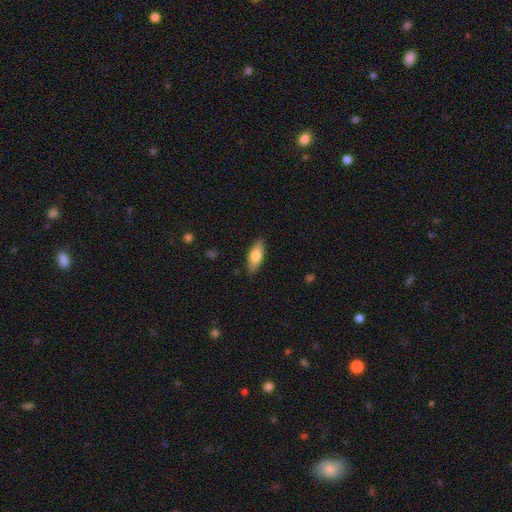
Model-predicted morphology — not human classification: A smooth galaxy with no disk features (75%) that is in between round and cigar-shaped (74%).

Vote fractions:
- Smooth or featured? smooth: 75% / featured or disk: 19% / star or artifact: 6%
- How rounded? in between: 74% / cigar-shaped: 24% / round: 2%
- Merging? none: 86% / minor disturbance: 11% / major disturbance: 2% / merger: 1%